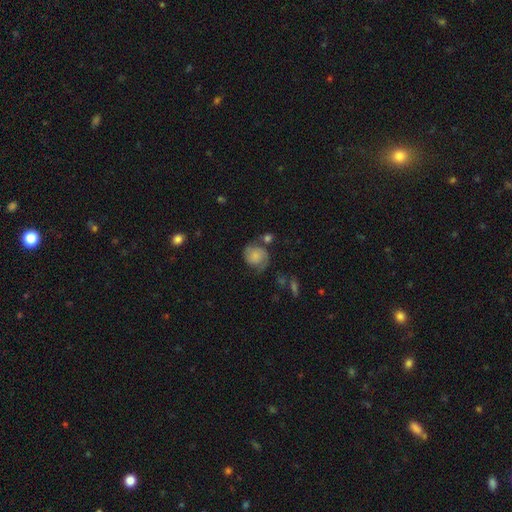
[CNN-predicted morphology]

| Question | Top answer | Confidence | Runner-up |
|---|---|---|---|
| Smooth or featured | featured or disk | 56% | smooth (35%) |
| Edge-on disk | no | 98% | yes (2%) |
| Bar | no | 72% | weak (24%) |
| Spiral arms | yes | 91% | no (9%) |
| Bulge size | none | 39% | small (29%) |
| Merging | none | 54% | minor disturbance (22%) |